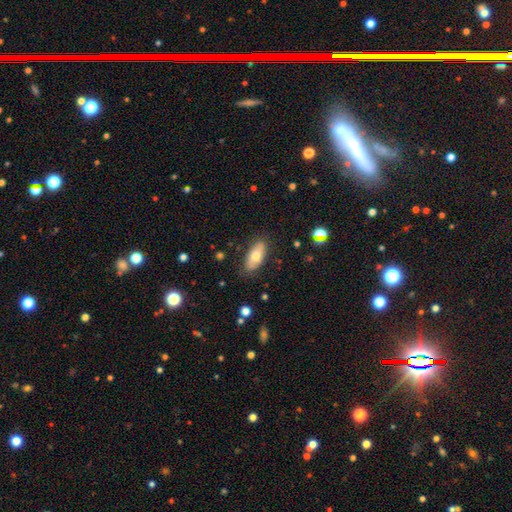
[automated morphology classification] smooth_or_featured: smooth (p=0.68) [alt: featured or disk p=0.25]
how_rounded: in between (p=0.86) [alt: cigar-shaped p=0.11]
merging: none (p=0.82) [alt: minor disturbance p=0.14]